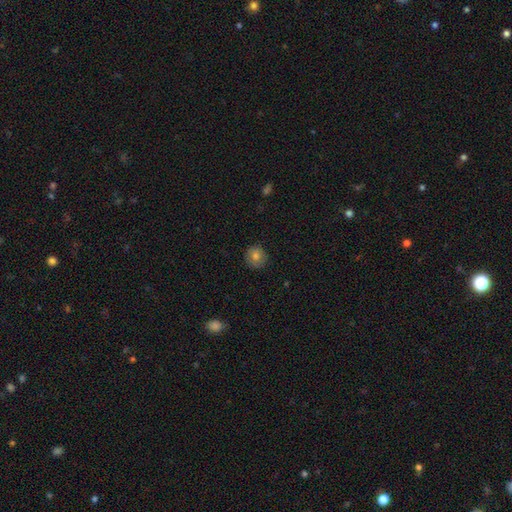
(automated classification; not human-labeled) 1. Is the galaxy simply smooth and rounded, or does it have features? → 79% smooth, 11% featured or disk, 10% star or artifact.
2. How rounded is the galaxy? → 92% round, 7% in between, 1% cigar-shaped.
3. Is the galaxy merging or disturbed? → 87% none, 10% minor disturbance, 2% major disturbance, 1% merger.